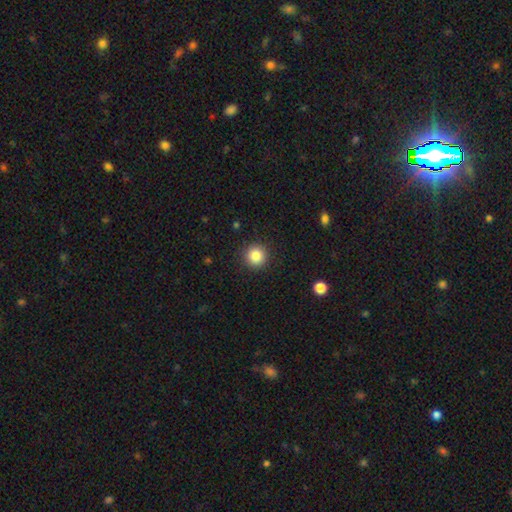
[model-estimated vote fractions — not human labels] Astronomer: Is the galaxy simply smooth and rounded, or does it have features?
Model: smooth — 86%.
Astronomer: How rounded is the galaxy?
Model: round — 95%.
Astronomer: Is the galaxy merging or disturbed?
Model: none — 91%.